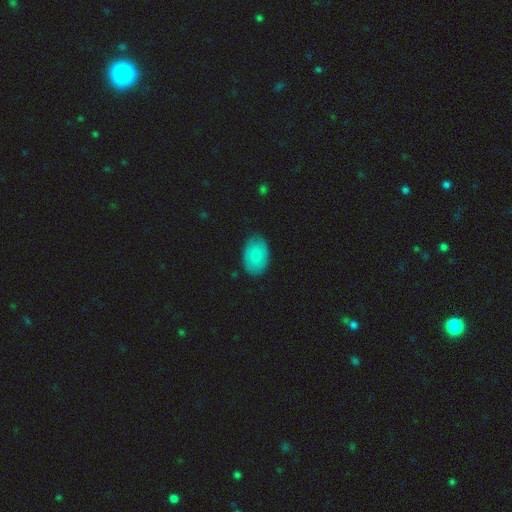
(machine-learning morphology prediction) smooth-or-featured: smooth: 78% | featured or disk: 15% | star or artifact: 7%
  how-rounded: in between: 88% | round: 11% | cigar-shaped: 1%
  merging: none: 82% | minor disturbance: 14% | major disturbance: 3% | merger: 1%